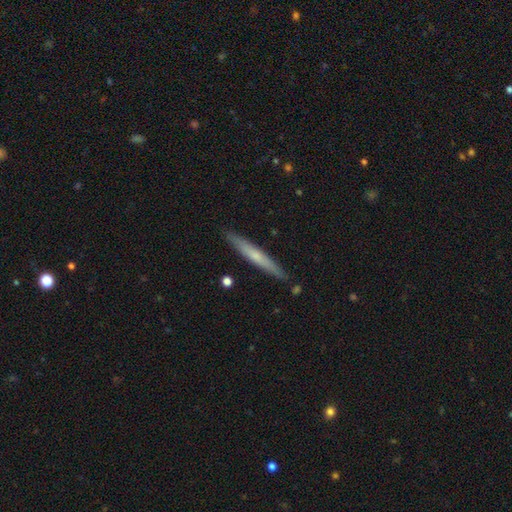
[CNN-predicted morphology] Smooth or featured: featured or disk — 48% (smooth — 46%)
Merging: none — 89% (minor disturbance — 8%)